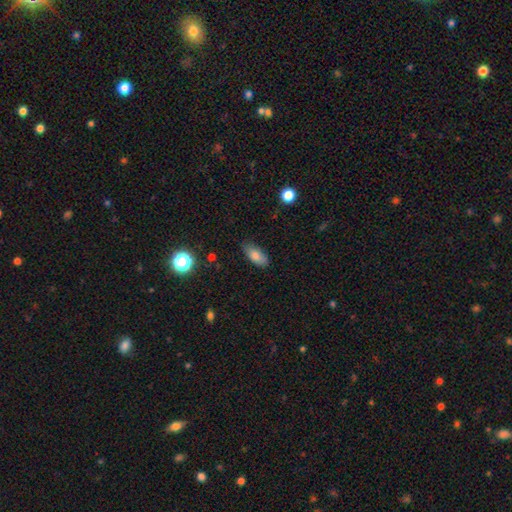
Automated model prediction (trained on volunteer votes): A smooth galaxy with no disk features (81%) that is in between round and cigar-shaped (85%).

Vote fractions:
- Smooth or featured? smooth: 81% / featured or disk: 10% / star or artifact: 9%
- How rounded? in between: 85% / cigar-shaped: 12% / round: 3%
- Merging? none: 79% / minor disturbance: 16% / major disturbance: 3% / merger: 1%